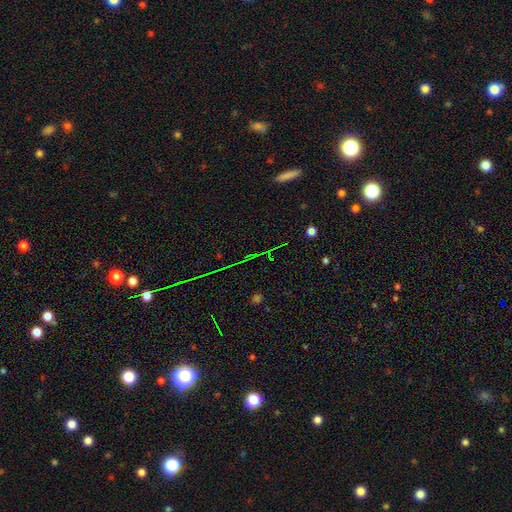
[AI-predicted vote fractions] Smooth or featured?
  - star or artifact: 67% *
  - smooth: 20%
  - featured or disk: 13%